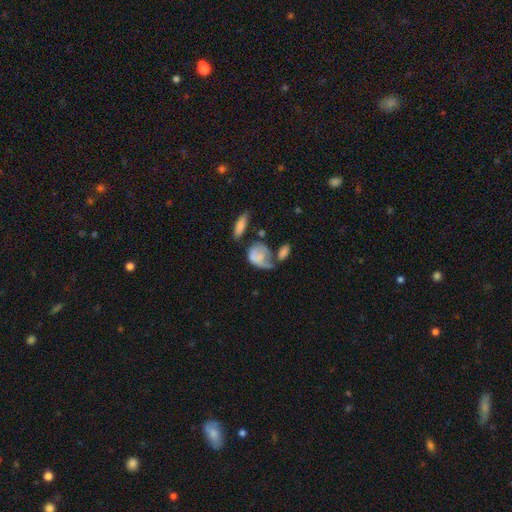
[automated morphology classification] type=smooth (63%); roundness=in between (69%); merging=major disturbance (36%).